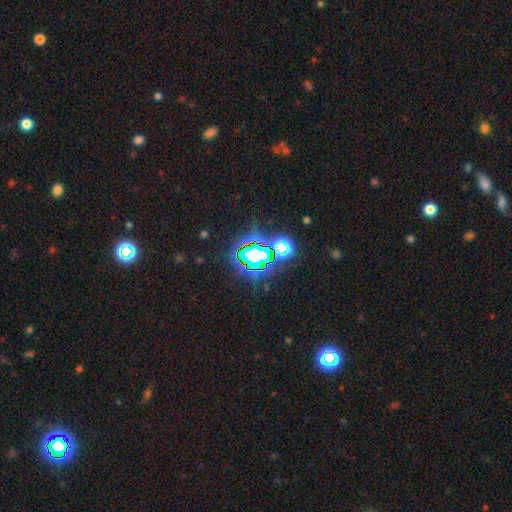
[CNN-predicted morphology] A star or artifact, not a galaxy (74%).

Vote fractions:
- Smooth or featured? star or artifact: 74% / smooth: 15% / featured or disk: 11%